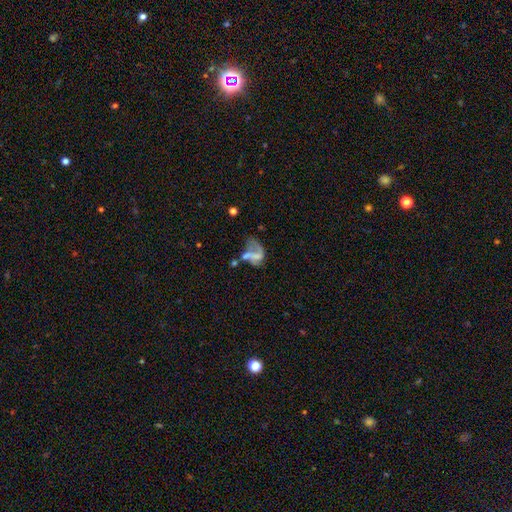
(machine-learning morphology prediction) type=featured or disk (56%); edge-on=no (97%); bar=no (53%); spiral arms=yes (50%, tied with no); bulge=none (59%); merging=major disturbance (40%).